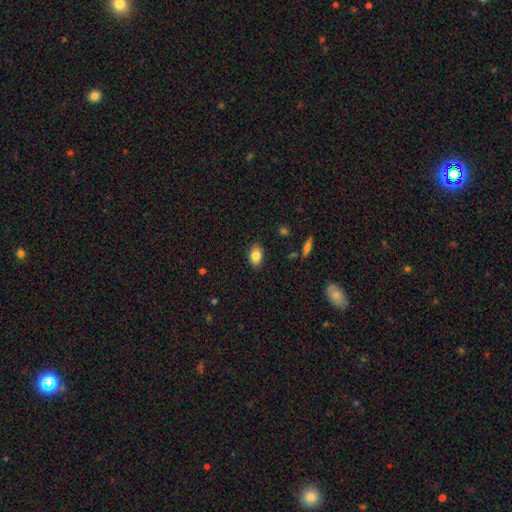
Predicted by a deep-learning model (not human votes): Smooth or featured: smooth — 82% (featured or disk — 10%)
How rounded: in between — 83% (round — 15%)
Merging: none — 86% (minor disturbance — 11%)